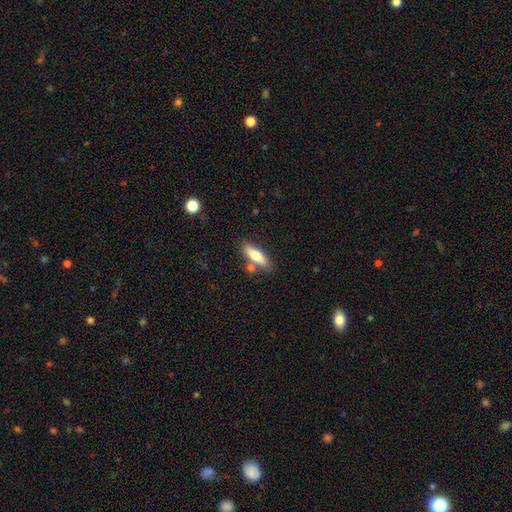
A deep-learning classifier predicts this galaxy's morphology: The model was most divided on "how rounded": in between: 50%, cigar-shaped: 47%, round: 2%. More confident: merging — none (74%); smooth or featured — smooth (66%).